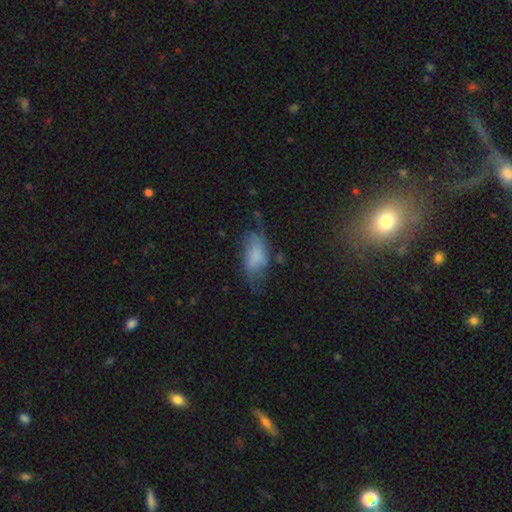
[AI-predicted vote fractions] smooth 68%, featured or disk 22%, star or artifact 10%. Down the decision tree: how rounded — in between (88%); merging — none (42%).